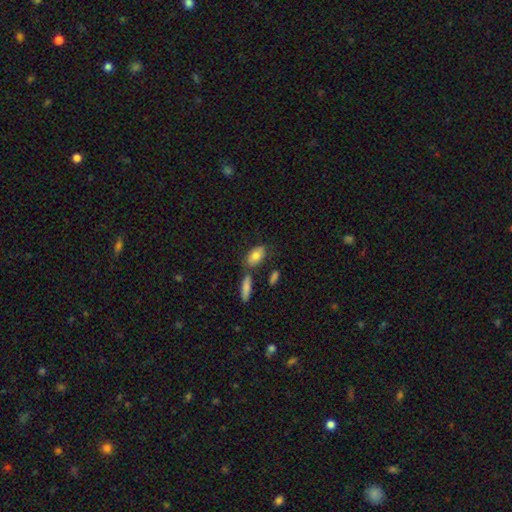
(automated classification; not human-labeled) Overall: smooth (81%). How rounded: in between (90%). Merging: none (67%).